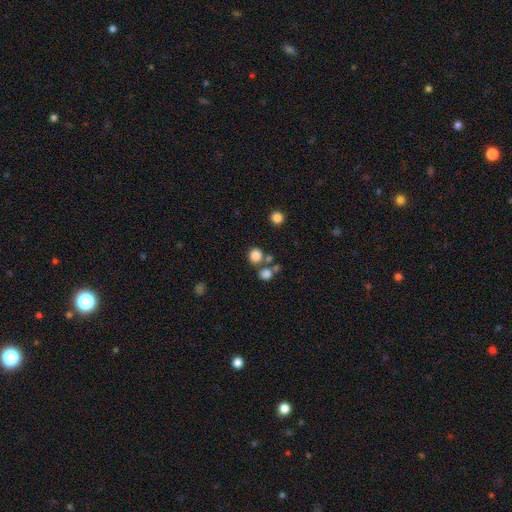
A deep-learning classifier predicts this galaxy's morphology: type=smooth (81%); roundness=round (87%); merging=none (69%).